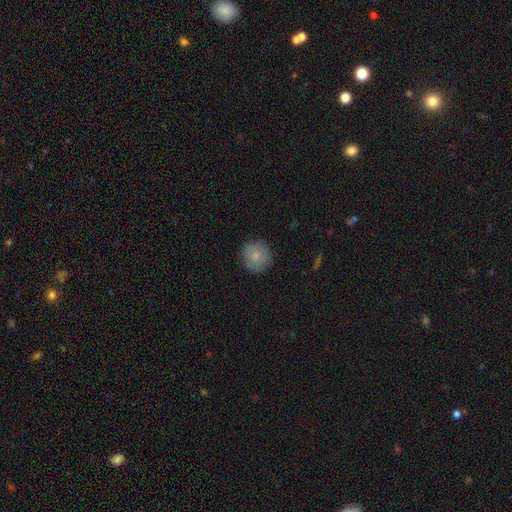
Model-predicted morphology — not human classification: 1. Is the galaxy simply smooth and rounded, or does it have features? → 79% smooth, 13% featured or disk, 7% star or artifact.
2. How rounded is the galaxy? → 93% round, 6% in between, 1% cigar-shaped.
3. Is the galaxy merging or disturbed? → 86% none, 11% minor disturbance, 2% major disturbance, 1% merger.